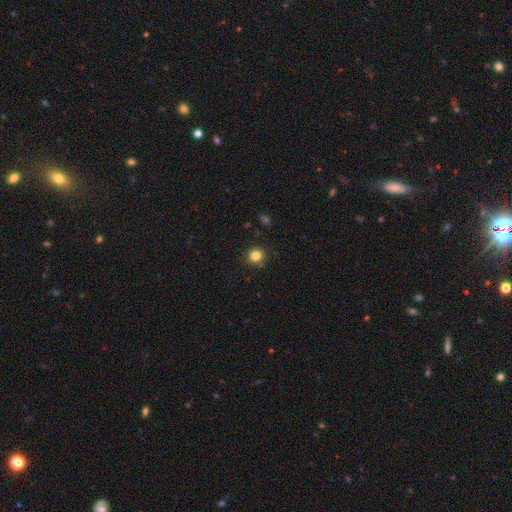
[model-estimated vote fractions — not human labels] A smooth galaxy with no disk features (83%) that is round (88%). Merging: none (88%).